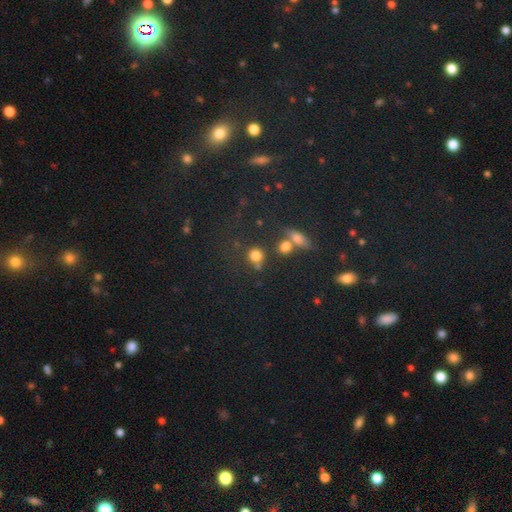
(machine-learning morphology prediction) Smooth or featured? smooth (77%)
How rounded? round (83%)
Merging? none (59%)